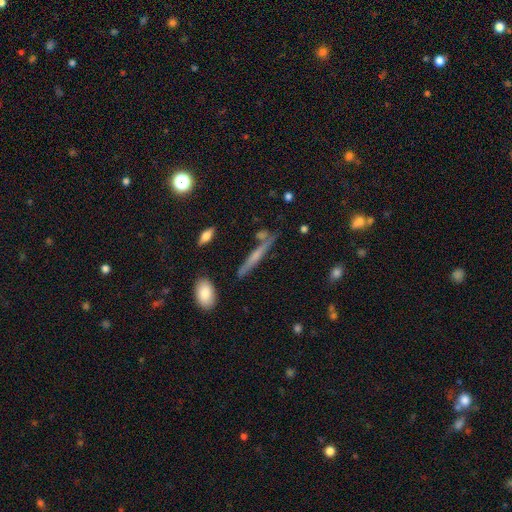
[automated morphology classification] Overall: featured or disk (49%; smooth 40%). Merging: none (77%).